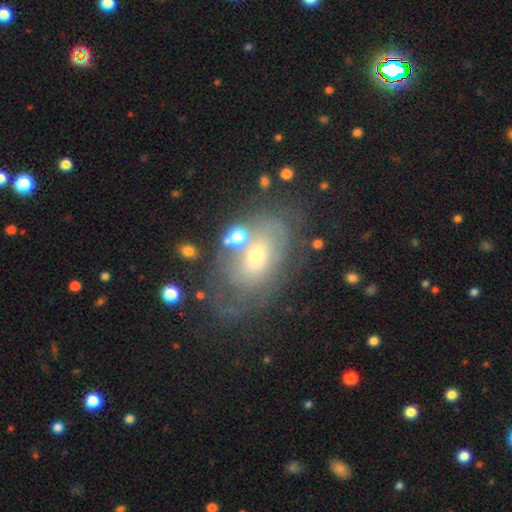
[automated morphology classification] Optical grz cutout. It shows a featured or disk galaxy (63%) with no bar (75%), spiral arms (63%) and a small central bulge (59%). Merging: none (59%).